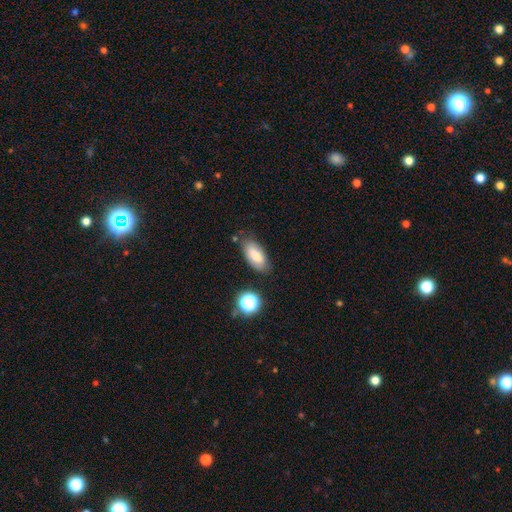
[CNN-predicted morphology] smooth 72%, featured or disk 19%, star or artifact 9%. Down the decision tree: how rounded — in between (87%); merging — none (77%).